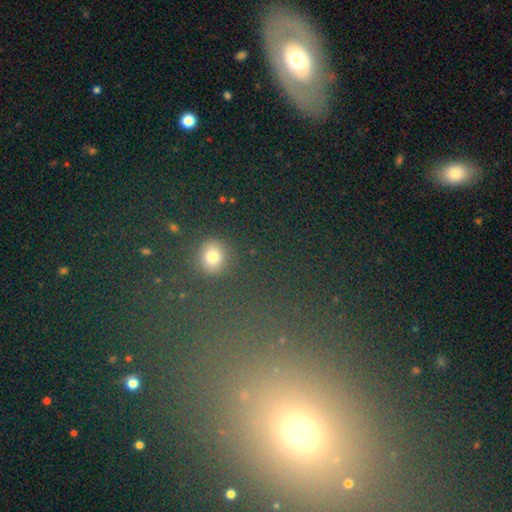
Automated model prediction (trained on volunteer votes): smooth_or_featured: smooth (p=0.55) [alt: star or artifact p=0.31]
how_rounded: round (p=0.71) [alt: in between p=0.26]
merging: none (p=0.82) [alt: minor disturbance p=0.08]